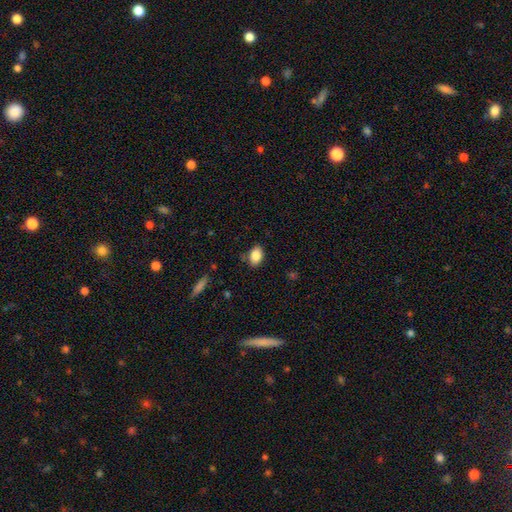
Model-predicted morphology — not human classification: smooth-or-featured: smooth: 86% | star or artifact: 8% | featured or disk: 6%
  how-rounded: in between: 84% | round: 14% | cigar-shaped: 1%
  merging: none: 82% | minor disturbance: 13% | major disturbance: 3% | merger: 2%